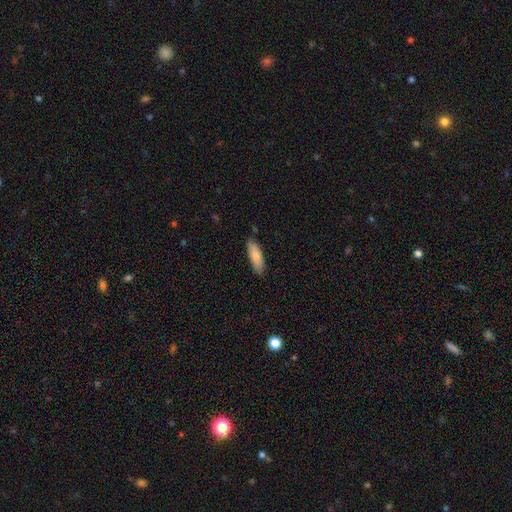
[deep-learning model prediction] Morphology: type=smooth (79%); roundness=in between (51%); merging=none (85%).